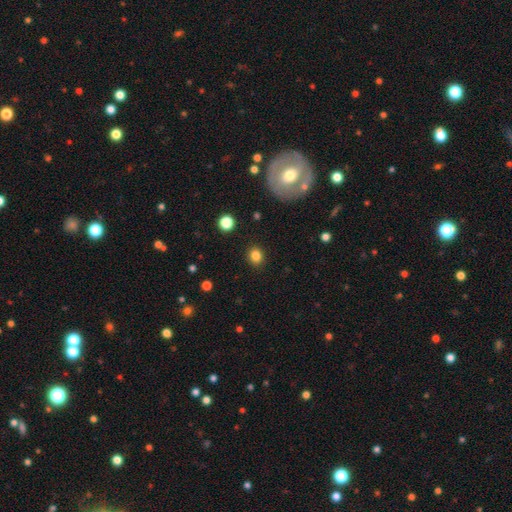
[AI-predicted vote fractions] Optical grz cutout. It shows a smooth galaxy with no disk features (84%) that is round (70%). Merging: none (90%).